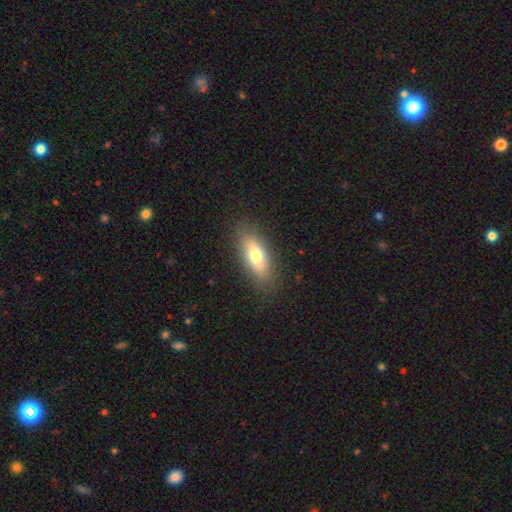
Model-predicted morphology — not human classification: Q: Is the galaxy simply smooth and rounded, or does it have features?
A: smooth — 70%.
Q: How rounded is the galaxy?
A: in between — 73%.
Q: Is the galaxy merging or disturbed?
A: none — 86%.